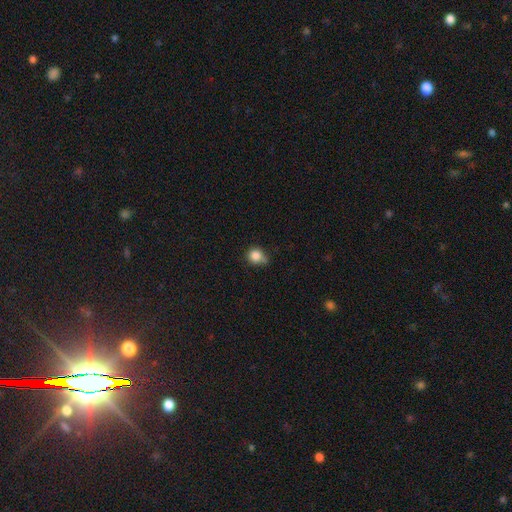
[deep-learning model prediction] This appears to be a smooth galaxy with no disk features (84%) that is round (84%). Merging: none (55%).